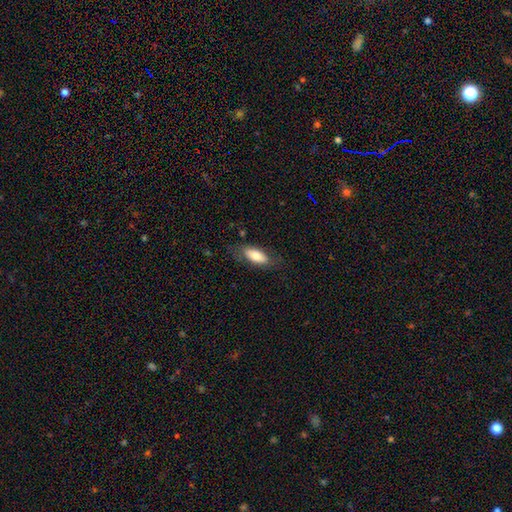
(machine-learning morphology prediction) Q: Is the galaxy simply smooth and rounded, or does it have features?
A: smooth — 75%.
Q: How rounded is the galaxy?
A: in between — 79%.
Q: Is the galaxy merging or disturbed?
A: none — 74%.